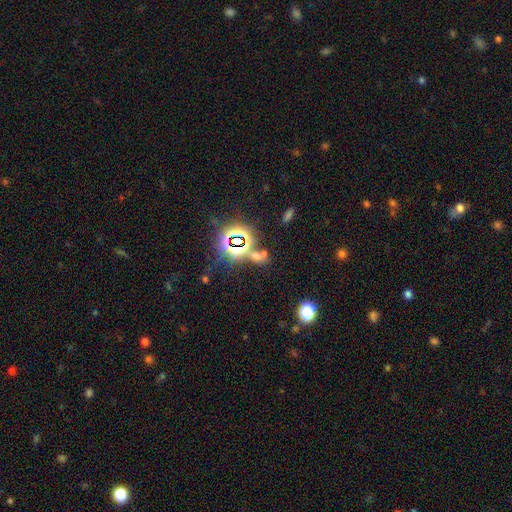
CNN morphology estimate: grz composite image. It shows a star or artifact, not a galaxy (59%).